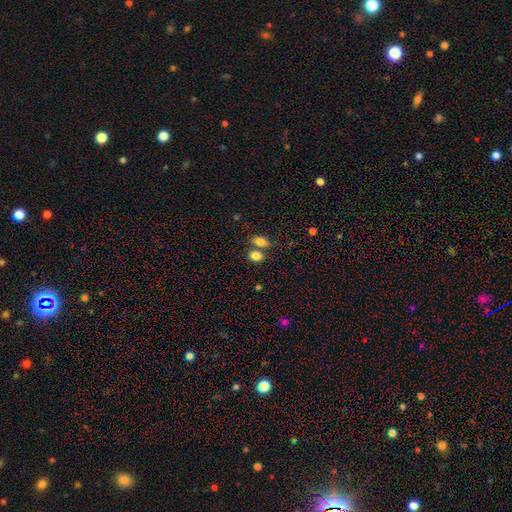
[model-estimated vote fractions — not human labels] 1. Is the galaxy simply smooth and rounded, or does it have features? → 83% smooth, 10% star or artifact, 7% featured or disk.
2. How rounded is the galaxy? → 75% in between, 23% round, 2% cigar-shaped.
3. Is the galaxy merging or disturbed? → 51% none, 35% merger, 10% minor disturbance, 4% major disturbance.